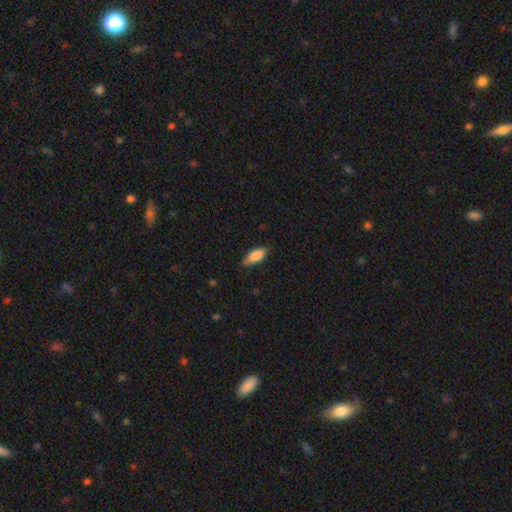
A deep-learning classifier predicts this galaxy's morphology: smooth-or-featured: smooth: 85% | featured or disk: 9% | star or artifact: 6%
  how-rounded: in between: 81% | cigar-shaped: 17% | round: 2%
  merging: none: 78% | minor disturbance: 18% | major disturbance: 3% | merger: 1%